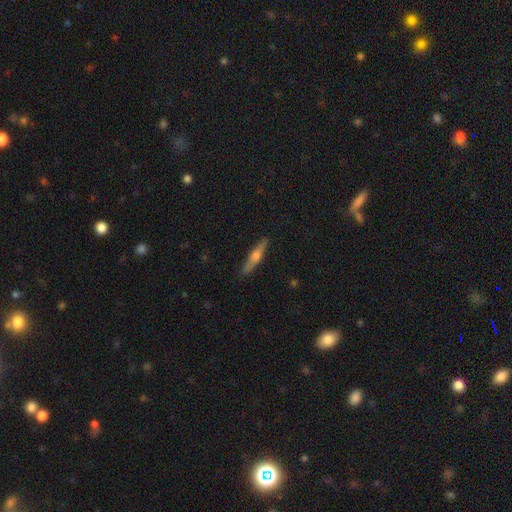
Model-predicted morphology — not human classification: A featured or disk galaxy (57%) viewed edge-on (95%) with a rounded central bulge (87%). Merging: none (89%).